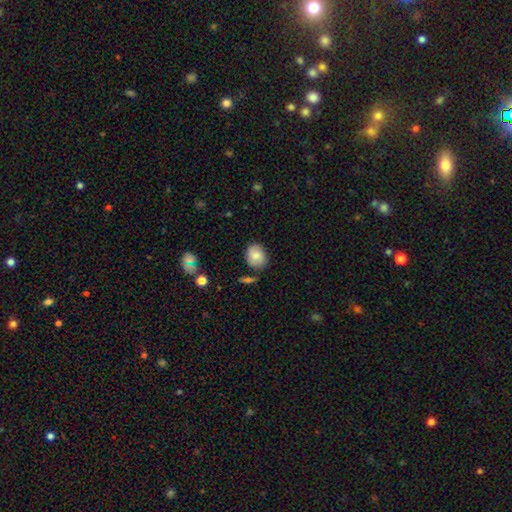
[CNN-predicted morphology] smooth 74%, featured or disk 18%, star or artifact 8%. Down the decision tree: how rounded — round (50%); merging — none (72%).